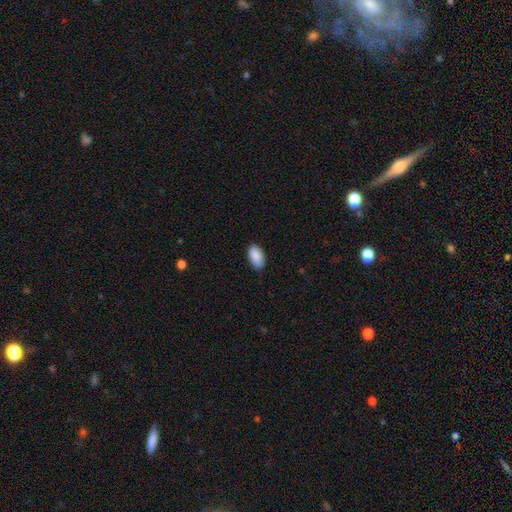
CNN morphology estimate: Smooth or featured? smooth (90%)
How rounded? in between (95%)
Merging? none (85%)